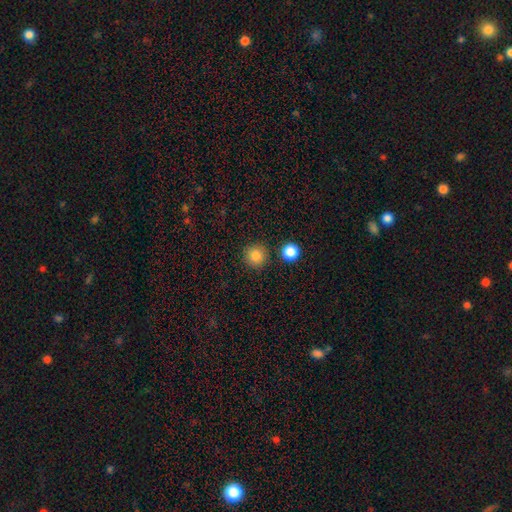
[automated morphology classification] Q: Smooth or featured?
A: smooth (85%); runner-up: star or artifact (10%)
Q: How rounded?
A: round (95%); runner-up: in between (4%)
Q: Merging?
A: none (88%); runner-up: minor disturbance (6%)